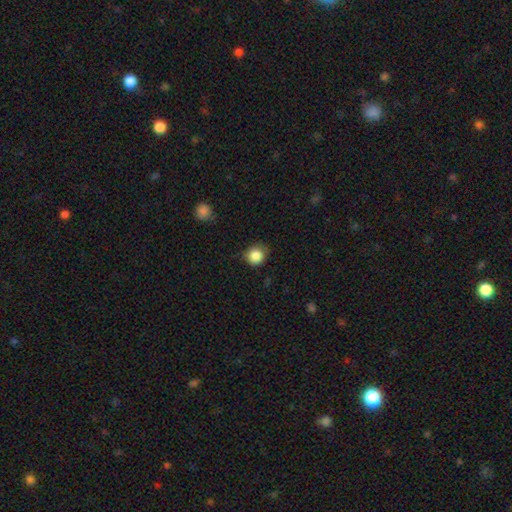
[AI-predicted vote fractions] Smooth or featured? smooth (85%)
How rounded? round (86%)
Merging? none (72%)